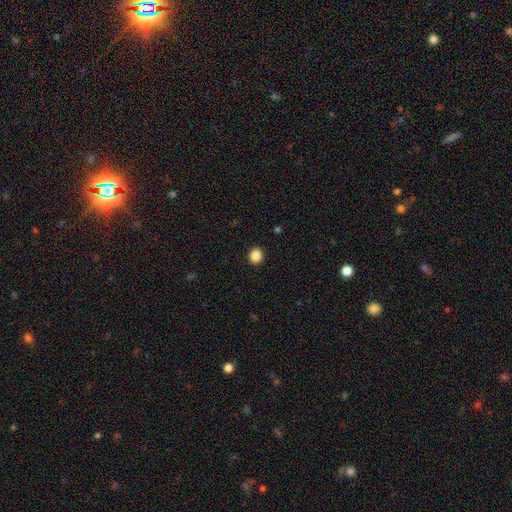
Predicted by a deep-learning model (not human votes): This appears to be a smooth galaxy with no disk features (87%) that is round (86%). Merging: none (92%).